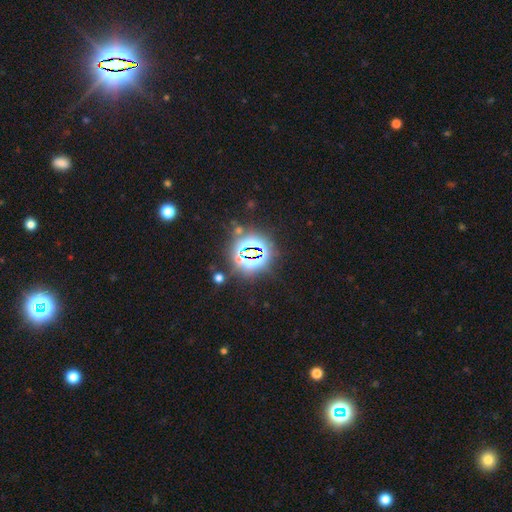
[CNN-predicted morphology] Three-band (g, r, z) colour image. It shows a star or artifact, not a galaxy (83%).